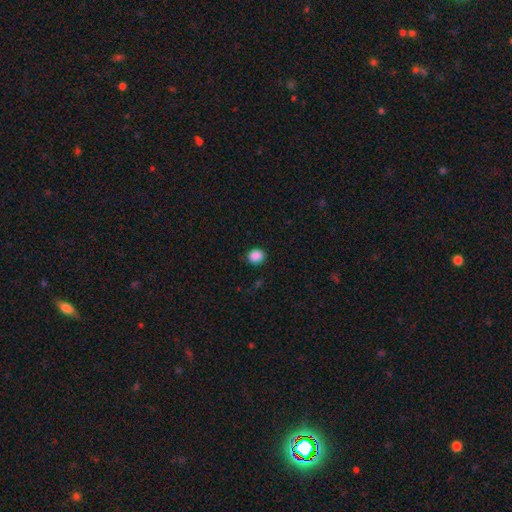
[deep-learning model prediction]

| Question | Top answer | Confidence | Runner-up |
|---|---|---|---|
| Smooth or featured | smooth | 88% | star or artifact (9%) |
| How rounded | round | 72% | in between (27%) |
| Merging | none | 87% | minor disturbance (9%) |